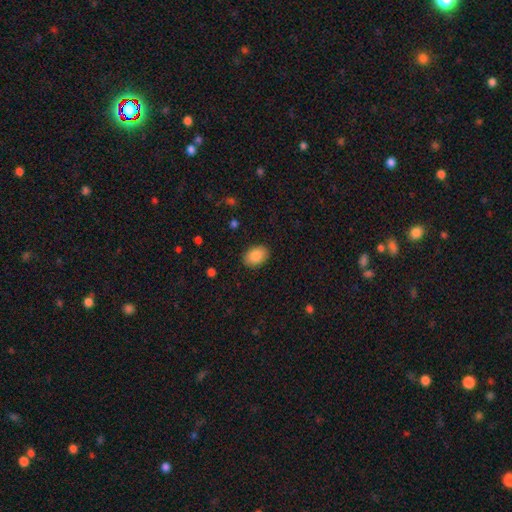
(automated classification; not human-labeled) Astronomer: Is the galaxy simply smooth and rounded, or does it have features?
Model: smooth — 87%.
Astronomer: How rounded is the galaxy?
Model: in between — 82%.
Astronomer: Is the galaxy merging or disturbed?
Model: none — 88%.